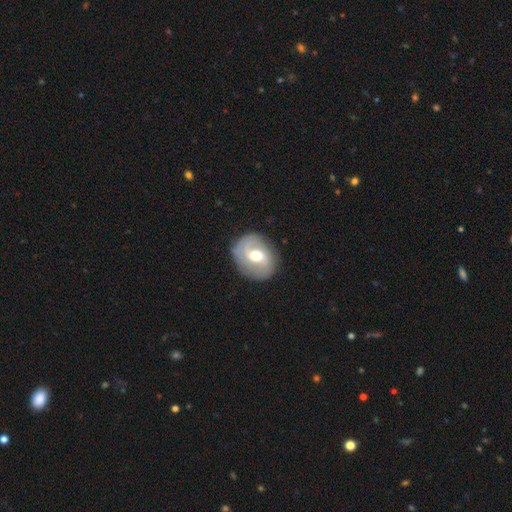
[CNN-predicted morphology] smooth_or_featured: featured or disk (p=0.70) [alt: smooth p=0.25]
disk_edge_on: no (p=0.97) [alt: yes p=0.03]
bar: weak (p=0.51) [alt: no p=0.32]
has_spiral_arms: yes (p=0.84) [alt: no p=0.16]
spiral_winding: tight (p=0.39) [tied with: medium p=0.39]
spiral_arm_count: 2 (p=0.71) [alt: can't tell p=0.13]
bulge_size: moderate (p=0.72) [alt: small p=0.14]
merging: none (p=0.79) [alt: minor disturbance p=0.14]